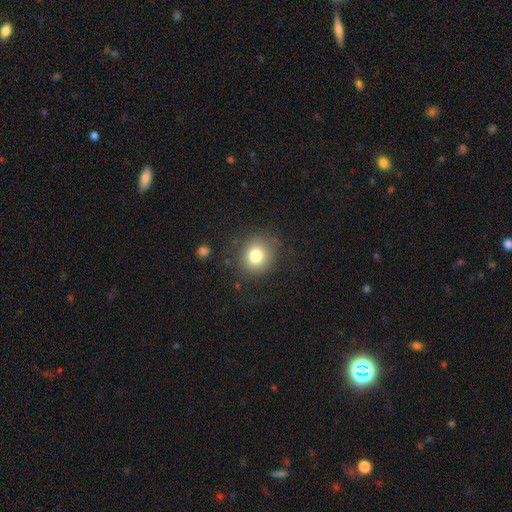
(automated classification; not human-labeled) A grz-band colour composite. It shows a smooth galaxy with no disk features (79%) that is round (83%). Merging: none (80%).